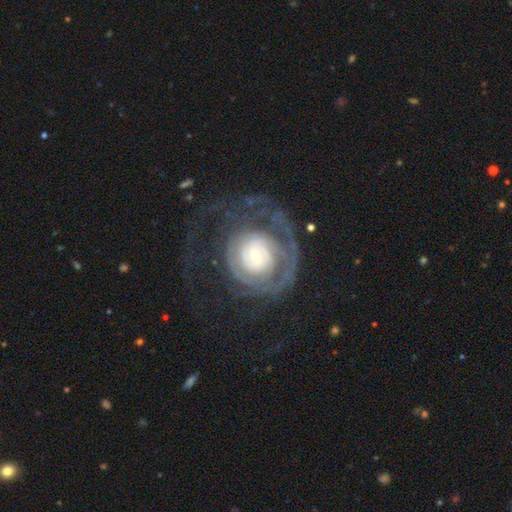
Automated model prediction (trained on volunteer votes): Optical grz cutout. It shows a featured or disk galaxy (83%) with no bar (66%), tight (63%) spiral arms (87%) and a small central bulge (53%). Merging: none (47%).